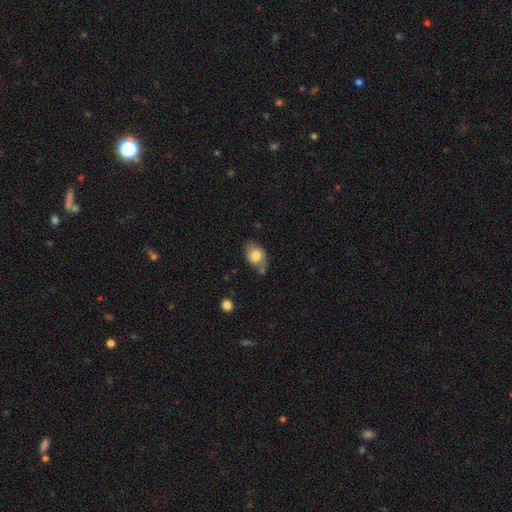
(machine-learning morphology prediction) Overall: smooth (76%). How rounded: in between (73%). Merging: none (52%; minor disturbance 27%).